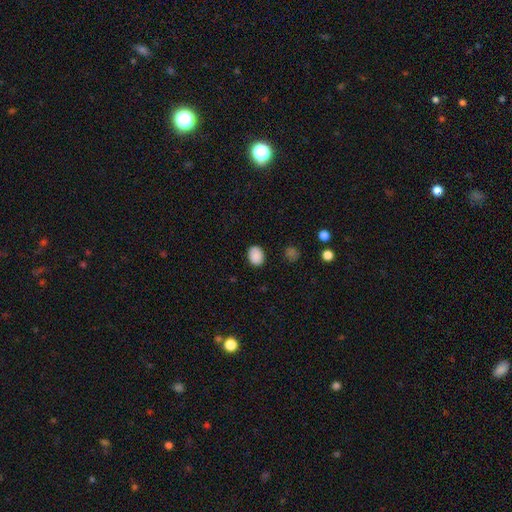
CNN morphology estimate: Smooth or featured? Predicted: smooth (p=0.88). How rounded? Predicted: in between (p=0.63). Merging? Predicted: none (p=0.87).